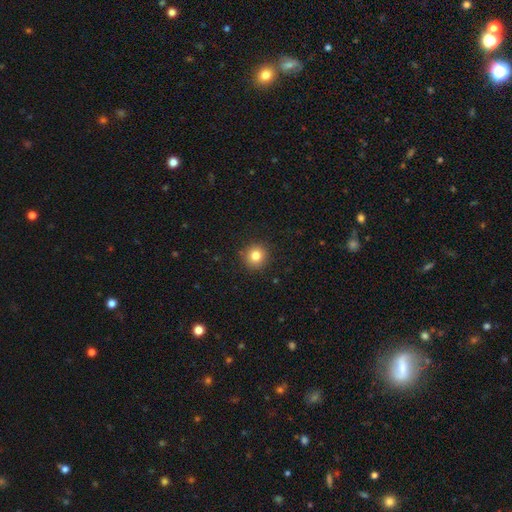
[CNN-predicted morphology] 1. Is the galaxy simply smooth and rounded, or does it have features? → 82% smooth, 11% star or artifact, 7% featured or disk.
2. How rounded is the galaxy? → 93% round, 6% in between, 1% cigar-shaped.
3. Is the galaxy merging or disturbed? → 91% none, 6% minor disturbance, 2% major disturbance, 1% merger.